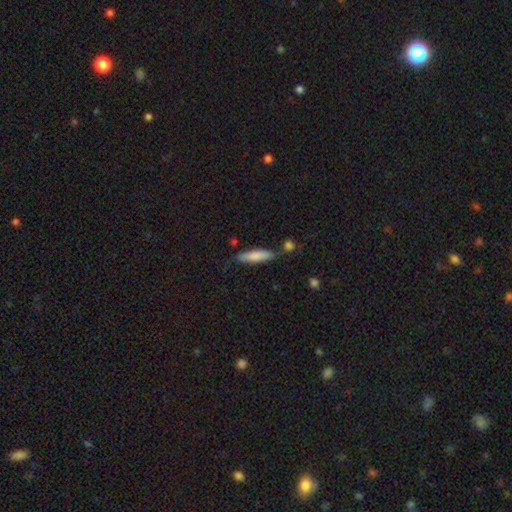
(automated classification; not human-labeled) Q: Smooth or featured?
A: smooth (78%); runner-up: featured or disk (16%)
Q: How rounded?
A: cigar-shaped (75%); runner-up: in between (23%)
Q: Merging?
A: none (75%); runner-up: minor disturbance (15%)